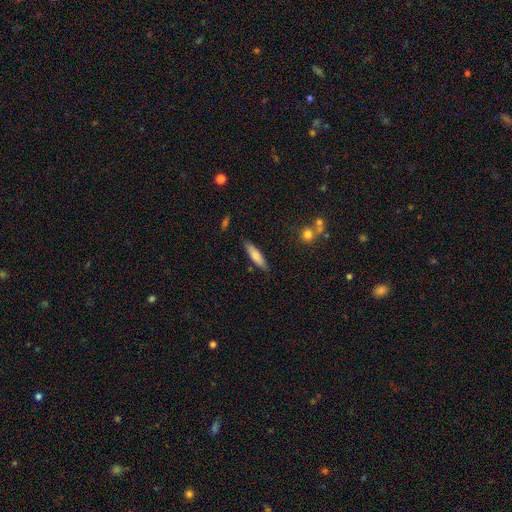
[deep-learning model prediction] smooth 73%, featured or disk 21%, star or artifact 6%. Down the decision tree: how rounded — cigar-shaped (73%); merging — none (86%).